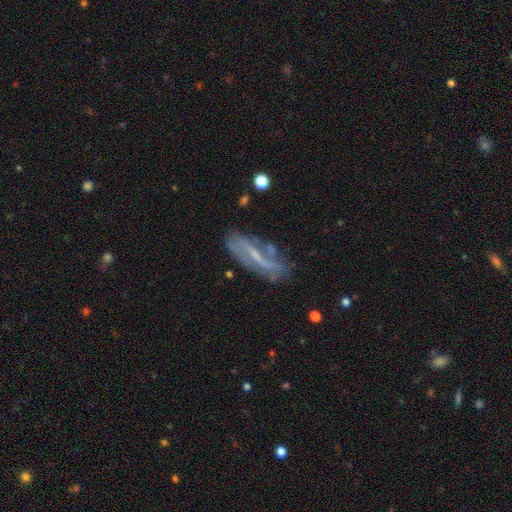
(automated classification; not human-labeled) This is likely a featured or disk galaxy (69%). It is likely not viewed edge-on (76%). Bar: marginally strong (42%). Spiral arm pattern: likely yes (73%). Central bulge: possibly small (53%). Merging: likely none (64%).